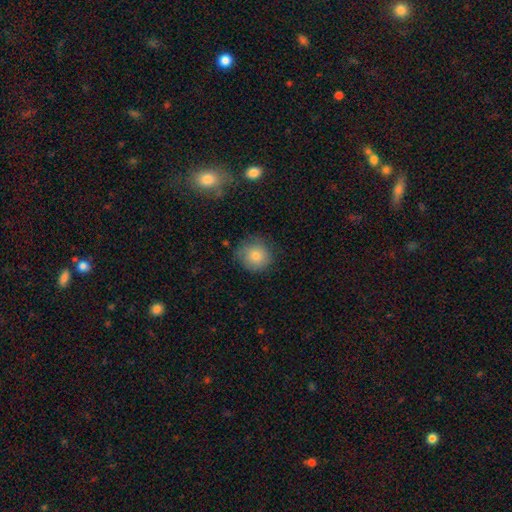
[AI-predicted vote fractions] Morphology: type=smooth (80%); roundness=round (89%); merging=none (77%).